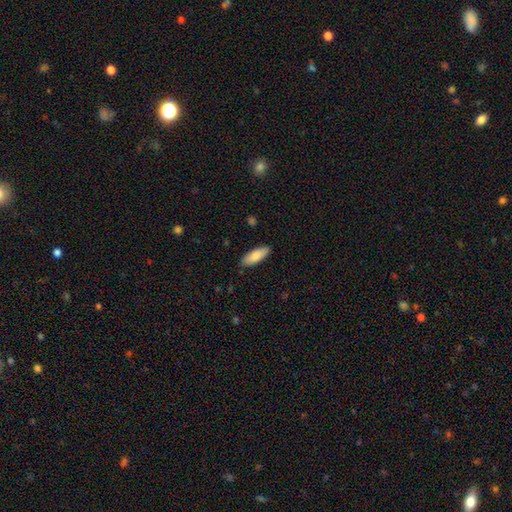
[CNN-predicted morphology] Smooth or featured? smooth (83%)
How rounded? in between (71%)
Merging? none (87%)